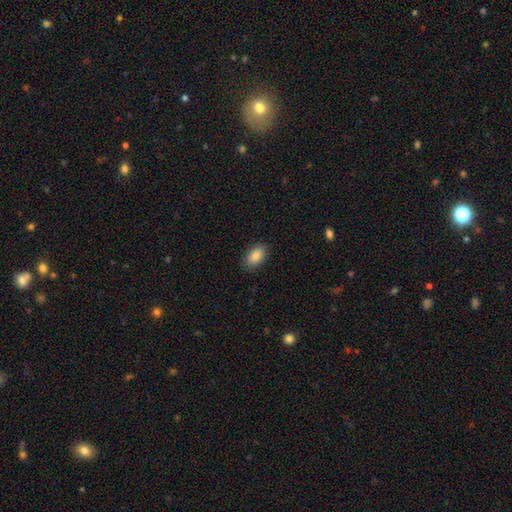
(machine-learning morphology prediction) The model was most divided on "merging": none: 86%, minor disturbance: 10%, major disturbance: 3%, merger: 1%. More confident: how rounded — in between (92%); smooth or featured — smooth (88%).